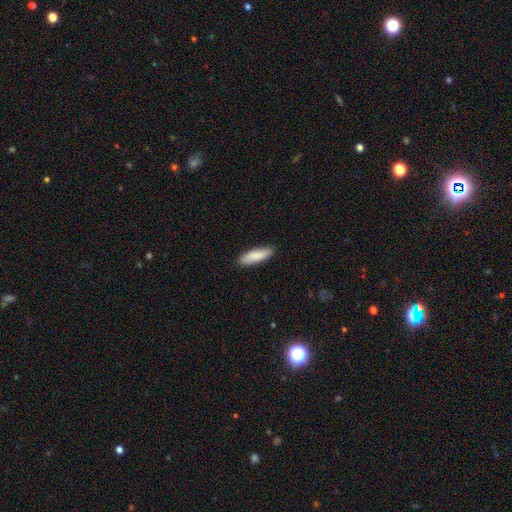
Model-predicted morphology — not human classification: This is clearly a smooth galaxy (86%). How rounded: possibly cigar-shaped (56%). Merging: clearly none (86%).